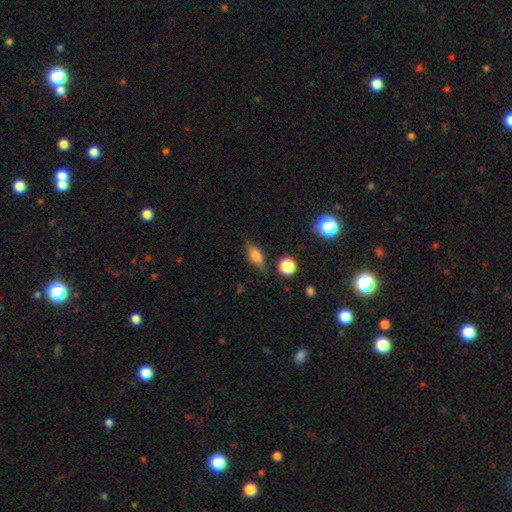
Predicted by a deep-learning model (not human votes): Smooth or featured? smooth (64%)
How rounded? in between (69%)
Merging? none (77%)